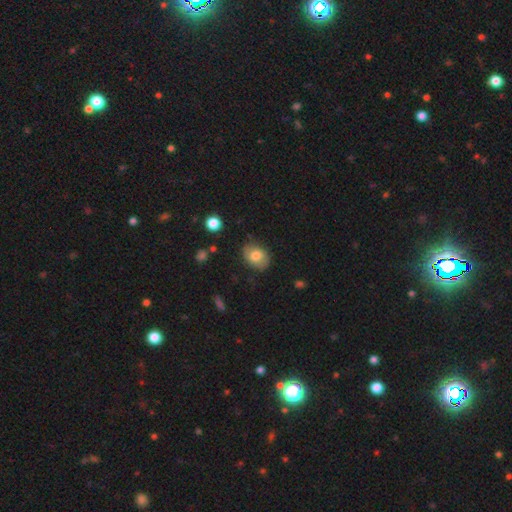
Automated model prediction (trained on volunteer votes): Smooth or featured?
  - smooth: 71% *
  - featured or disk: 21%
  - star or artifact: 8%
How rounded?
  - in between: 69% *
  - round: 30%
  - cigar-shaped: 1%
Merging?
  - none: 77% *
  - minor disturbance: 17%
  - major disturbance: 4%
  - merger: 1%